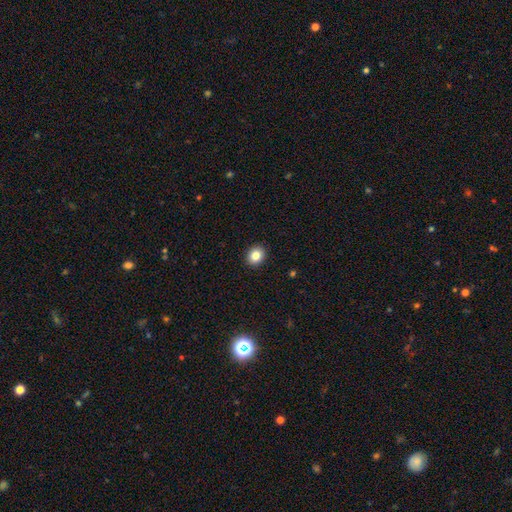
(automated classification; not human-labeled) This appears to be a smooth galaxy with no disk features (85%) that is round (62%). Merging: none (92%).